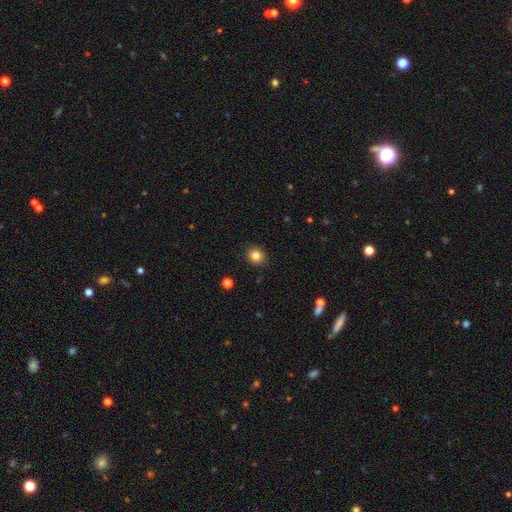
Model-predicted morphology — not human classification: smooth-or-featured: smooth: 84% | star or artifact: 11% | featured or disk: 5%
  how-rounded: round: 80% | in between: 19% | cigar-shaped: 1%
  merging: none: 90% | minor disturbance: 7% | major disturbance: 2% | merger: 1%